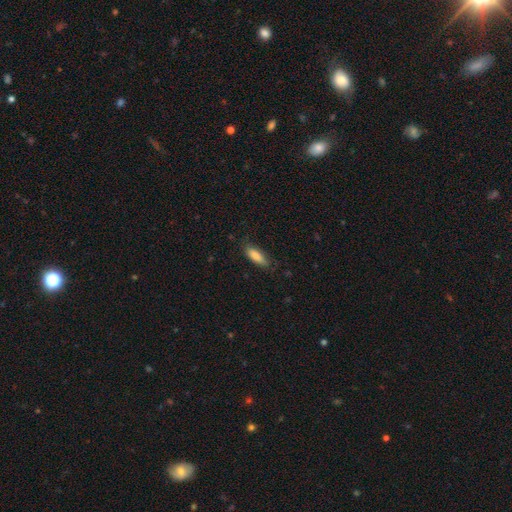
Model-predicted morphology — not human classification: smooth_or_featured: smooth (p=0.85) [alt: featured or disk p=0.09]
how_rounded: in between (p=0.62) [alt: cigar-shaped p=0.36]
merging: none (p=0.78) [alt: minor disturbance p=0.18]